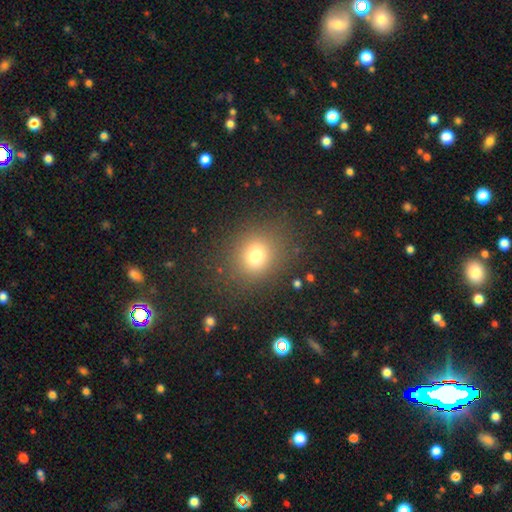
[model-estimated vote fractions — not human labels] The model was most divided on "how rounded": round: 72%, in between: 27%, cigar-shaped: 1%. More confident: merging — none (85%); smooth or featured — smooth (75%).